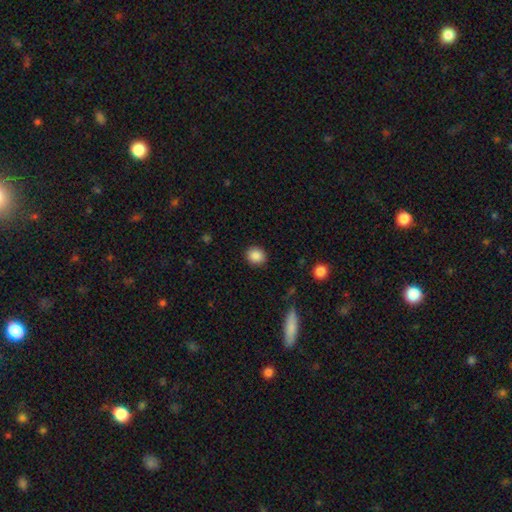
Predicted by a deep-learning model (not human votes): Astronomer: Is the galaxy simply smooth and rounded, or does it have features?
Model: smooth — 87%.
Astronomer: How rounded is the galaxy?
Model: round — 79%.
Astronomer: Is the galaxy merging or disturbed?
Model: none — 90%.